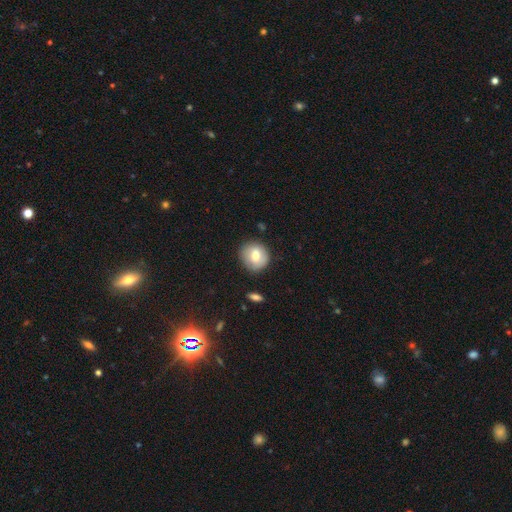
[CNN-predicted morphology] smooth_or_featured: smooth (p=0.72) [alt: featured or disk p=0.21]
how_rounded: round (p=0.87) [alt: in between p=0.12]
merging: none (p=0.82) [alt: minor disturbance p=0.13]